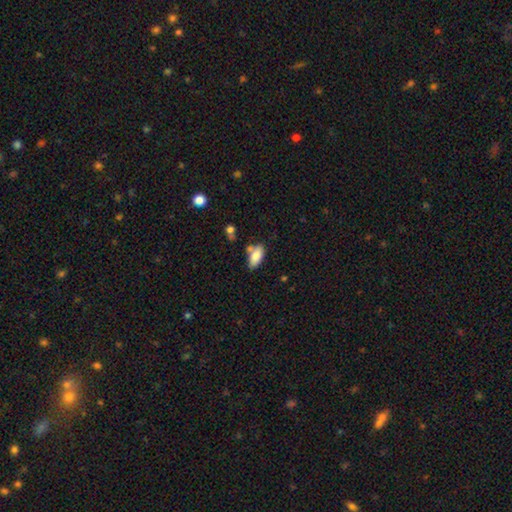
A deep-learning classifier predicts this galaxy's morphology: Smooth or featured: smooth — 82% (featured or disk — 11%)
How rounded: in between — 91% (cigar-shaped — 6%)
Merging: none — 62% (minor disturbance — 21%)